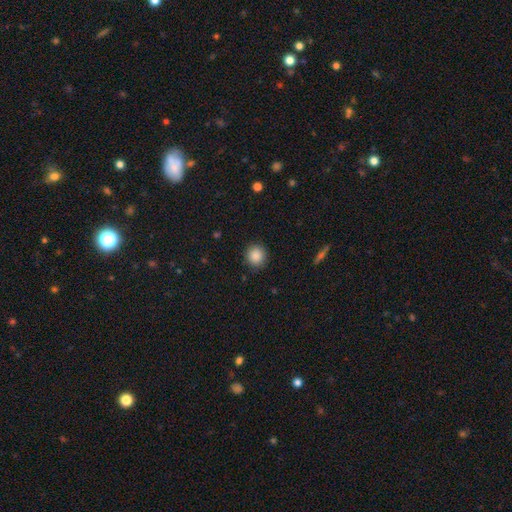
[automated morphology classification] smooth_or_featured: smooth (p=0.87) [alt: star or artifact p=0.09]
how_rounded: round (p=0.91) [alt: in between p=0.08]
merging: none (p=0.90) [alt: minor disturbance p=0.07]